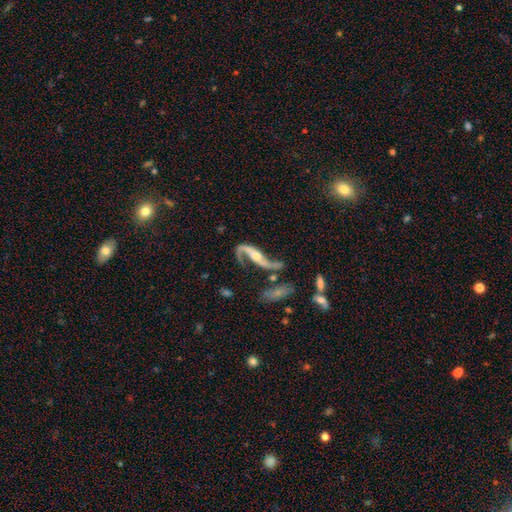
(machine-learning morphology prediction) Smooth or featured? featured or disk (87%)
Edge-on disk? no (90%)
Bar? no (44%)
Spiral arms? yes (94%)
Spiral winding? loose (83%)
Spiral arm count? 2 (88%)
Bulge size? moderate (49%)
Merging? none (49%)